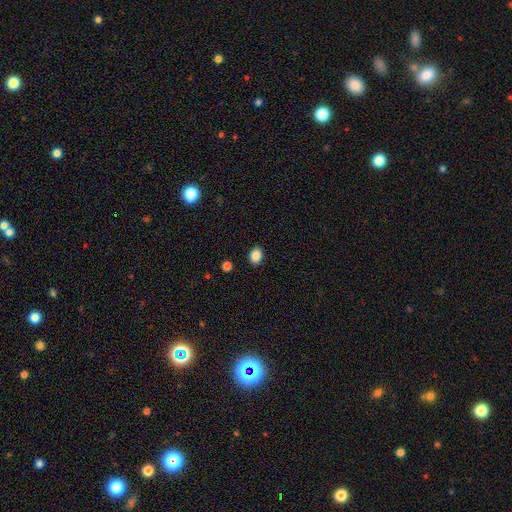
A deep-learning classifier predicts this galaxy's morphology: type=smooth (87%); roundness=in between (59%); merging=none (88%).